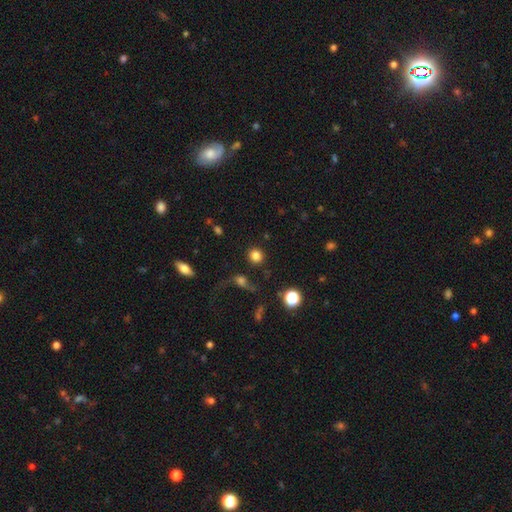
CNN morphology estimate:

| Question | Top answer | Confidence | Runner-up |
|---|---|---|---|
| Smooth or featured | smooth | 82% | star or artifact (12%) |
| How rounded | round | 90% | in between (9%) |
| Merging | none | 84% | minor disturbance (7%) |